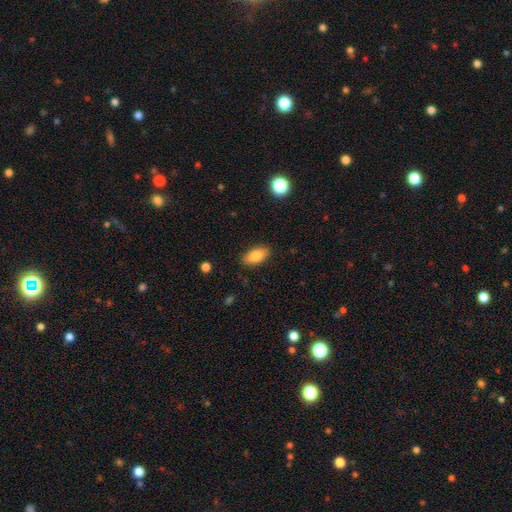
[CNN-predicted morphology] Smooth or featured? Predicted: smooth (p=0.82). How rounded? Predicted: in between (p=0.89). Merging? Predicted: none (p=0.87).